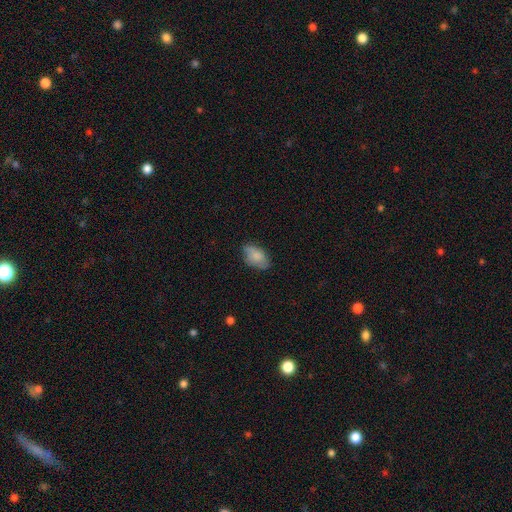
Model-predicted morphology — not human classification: Smooth or featured?
  - smooth: 81% *
  - featured or disk: 12%
  - star or artifact: 7%
How rounded?
  - in between: 92% *
  - round: 6%
  - cigar-shaped: 2%
Merging?
  - none: 69% *
  - minor disturbance: 25%
  - major disturbance: 5%
  - merger: 1%